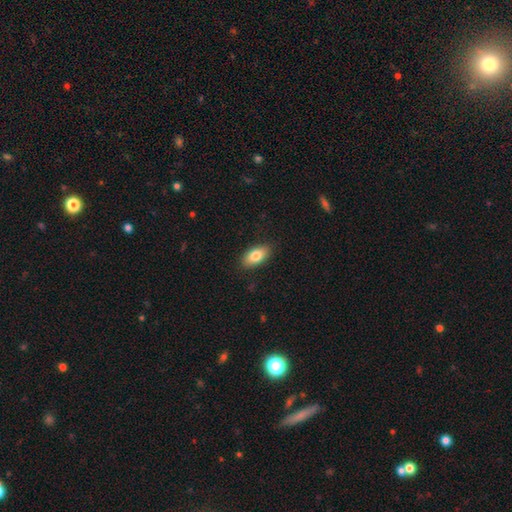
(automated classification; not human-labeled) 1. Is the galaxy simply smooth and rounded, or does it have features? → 82% smooth, 11% featured or disk, 7% star or artifact.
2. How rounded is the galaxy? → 92% in between, 4% cigar-shaped, 4% round.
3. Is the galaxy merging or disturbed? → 88% none, 9% minor disturbance, 2% major disturbance, 1% merger.